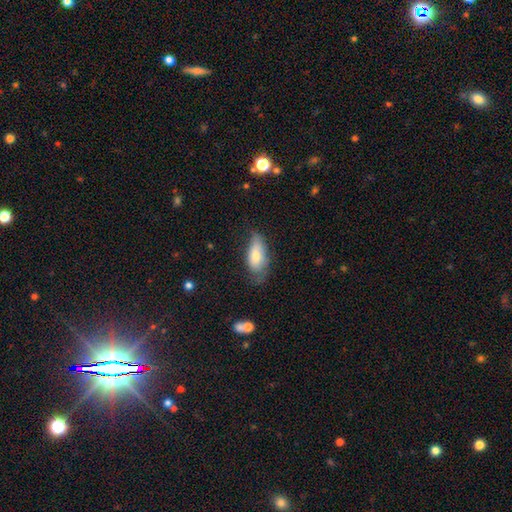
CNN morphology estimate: Smooth or featured? Predicted: smooth (p=0.63). How rounded? Predicted: in between (p=0.83). Merging? Predicted: none (p=0.49).